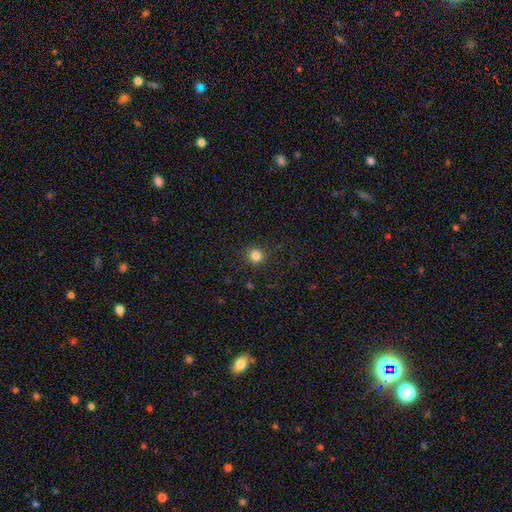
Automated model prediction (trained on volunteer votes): Overall: smooth (83%). How rounded: round (93%). Merging: none (90%).